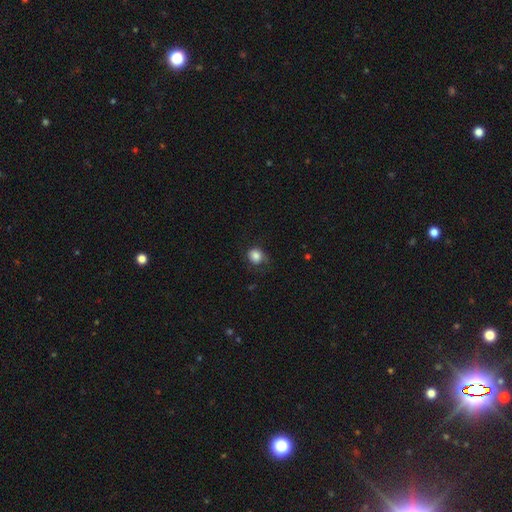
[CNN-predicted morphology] type=smooth (81%); roundness=round (68%); merging=none (56%).